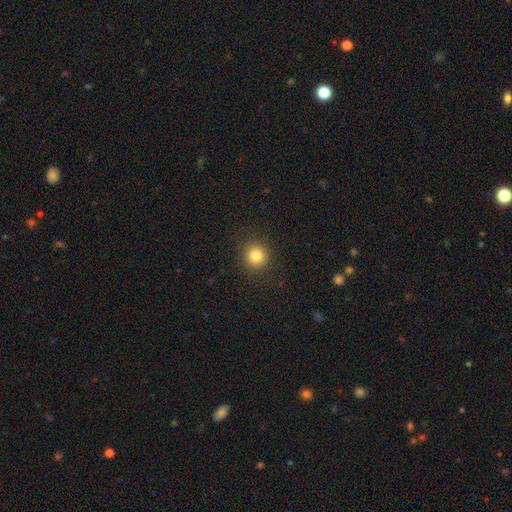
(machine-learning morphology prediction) type=smooth (82%); roundness=round (93%); merging=none (91%).